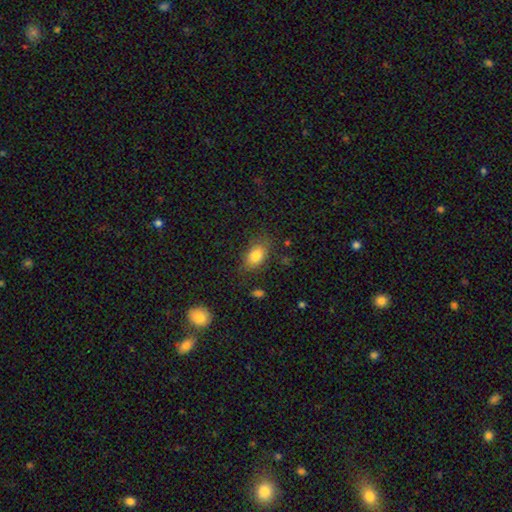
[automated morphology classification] This appears to be a smooth galaxy with no disk features (82%) that is in between round and cigar-shaped (84%). Merging: none (77%).